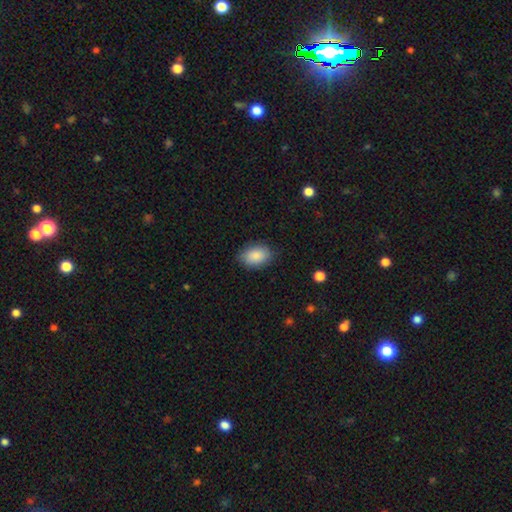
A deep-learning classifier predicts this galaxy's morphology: This appears to be a smooth galaxy with no disk features (87%) that is in between round and cigar-shaped (85%). Merging: none (84%).